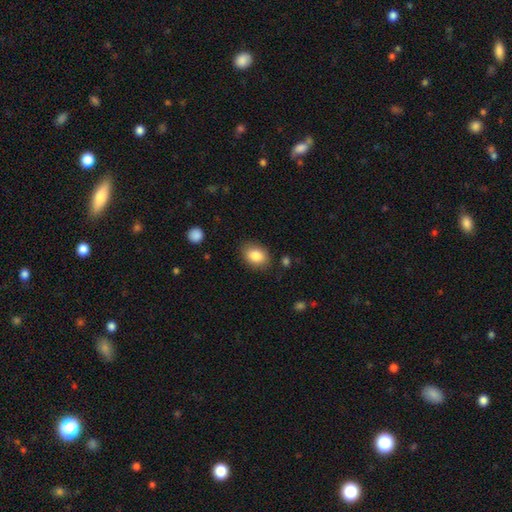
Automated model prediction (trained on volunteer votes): Smooth or featured: smooth — 85% (star or artifact — 8%)
How rounded: in between — 72% (round — 27%)
Merging: none — 82% (minor disturbance — 13%)